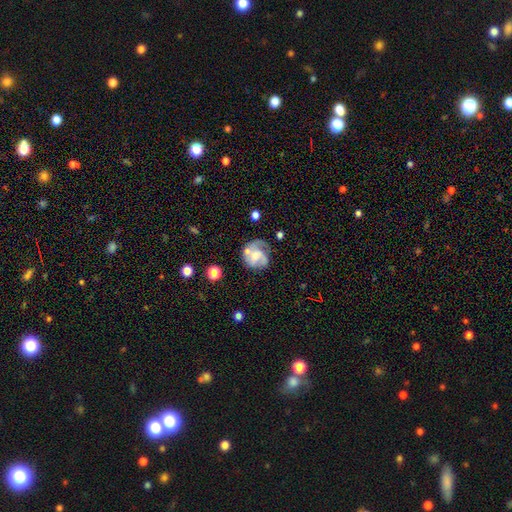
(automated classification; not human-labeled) smooth_or_featured: featured or disk (p=0.59) [alt: smooth p=0.32]
disk_edge_on: no (p=0.98) [alt: yes p=0.02]
bar: no (p=0.62) [alt: weak p=0.29]
has_spiral_arms: yes (p=0.73) [alt: no p=0.27]
bulge_size: none (p=0.40) [alt: moderate p=0.24]
merging: none (p=0.42) [alt: major disturbance p=0.26]